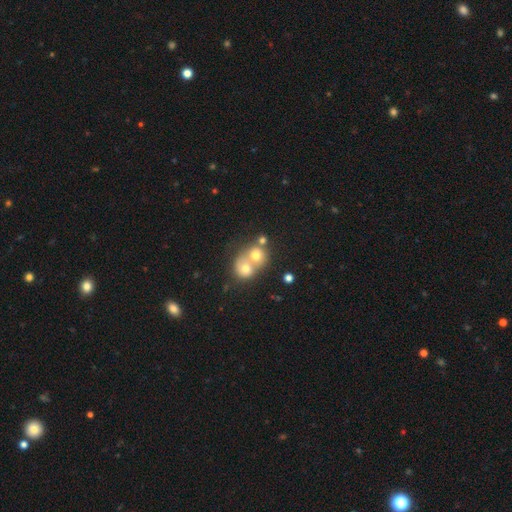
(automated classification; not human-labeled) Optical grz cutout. It shows a smooth galaxy with no disk features (68%) that is round (76%). Merging: merger (67%).